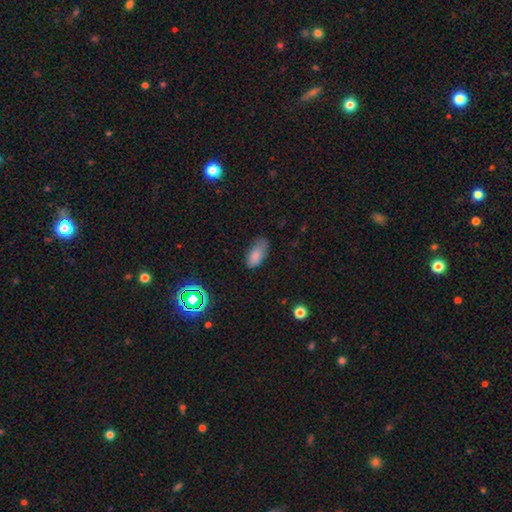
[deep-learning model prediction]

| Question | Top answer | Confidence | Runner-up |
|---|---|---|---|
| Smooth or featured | smooth | 81% | star or artifact (11%) |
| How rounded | in between | 90% | cigar-shaped (7%) |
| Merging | none | 62% | minor disturbance (29%) |